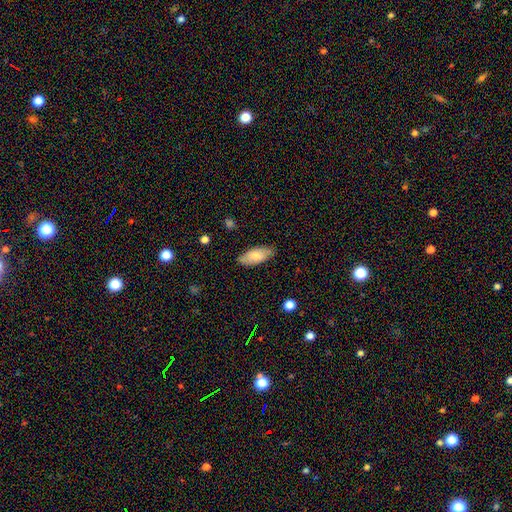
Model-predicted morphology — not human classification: A smooth galaxy with no disk features (76%) that is in between round and cigar-shaped (87%). Merging: none (82%).